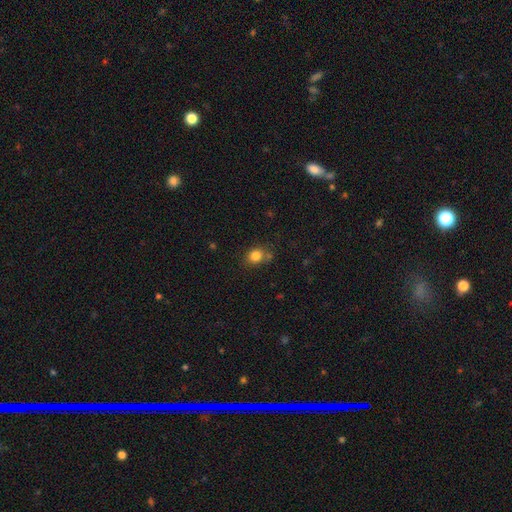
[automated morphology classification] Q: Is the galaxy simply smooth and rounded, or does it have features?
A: smooth — 82%.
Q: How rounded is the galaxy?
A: round — 63%.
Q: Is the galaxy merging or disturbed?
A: none — 70%.